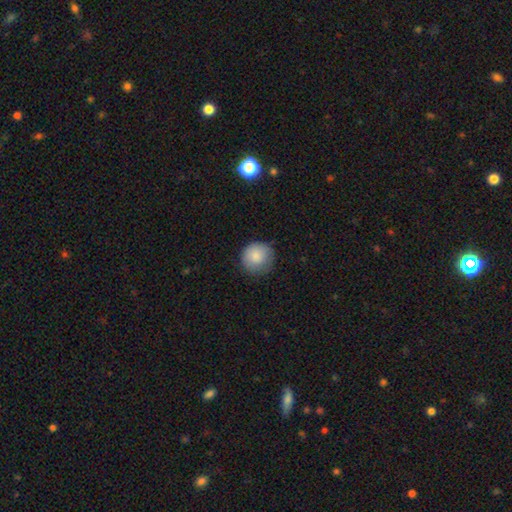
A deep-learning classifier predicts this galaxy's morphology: A smooth galaxy with no disk features (85%) that is round (92%). Merging: none (77%).